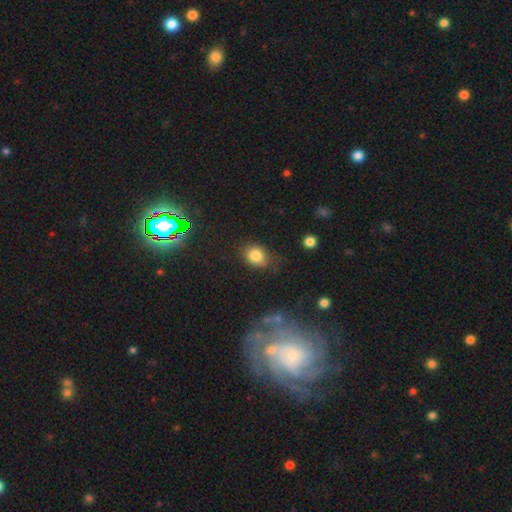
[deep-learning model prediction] This appears to be a smooth galaxy with no disk features (81%) that is in between round and cigar-shaped (50%). Merging: none (65%).